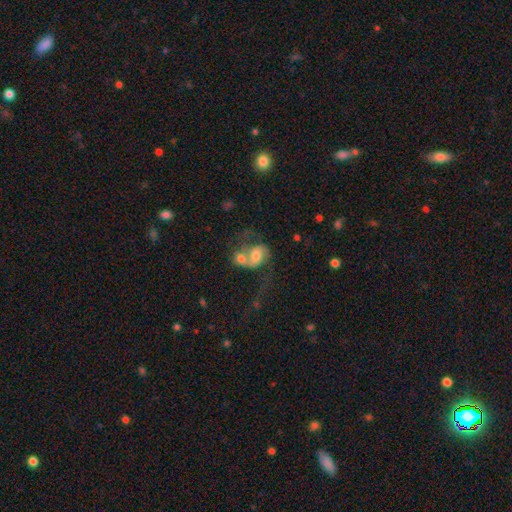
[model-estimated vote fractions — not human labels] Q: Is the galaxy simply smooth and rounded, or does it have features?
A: featured or disk — 54%.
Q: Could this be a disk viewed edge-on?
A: no — 97%.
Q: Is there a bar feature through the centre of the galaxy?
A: no — 62%.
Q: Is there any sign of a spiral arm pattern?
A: yes — 75%.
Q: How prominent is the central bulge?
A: moderate — 54%.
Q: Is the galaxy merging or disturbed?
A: merger — 66%.